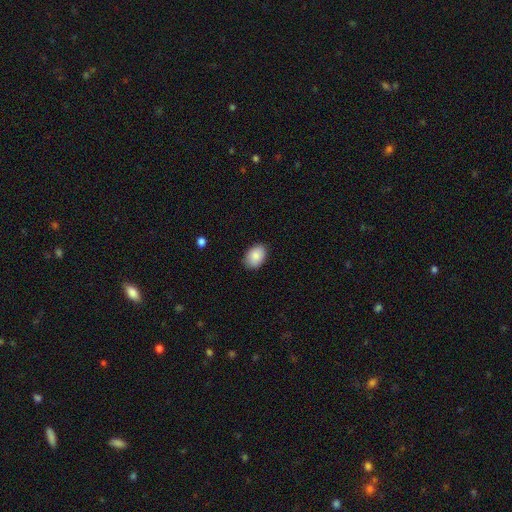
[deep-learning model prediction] Smooth or featured: smooth — 88% (star or artifact — 7%)
How rounded: in between — 83% (round — 16%)
Merging: none — 86% (minor disturbance — 11%)